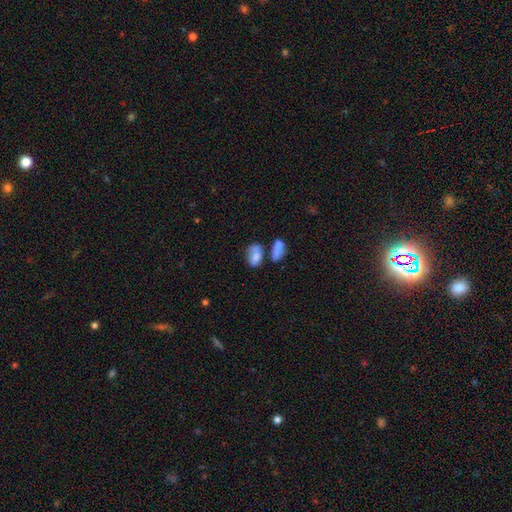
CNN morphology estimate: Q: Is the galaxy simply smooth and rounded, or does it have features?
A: smooth — 73%.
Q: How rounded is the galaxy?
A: in between — 85%.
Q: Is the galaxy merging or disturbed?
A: merger — 36%.